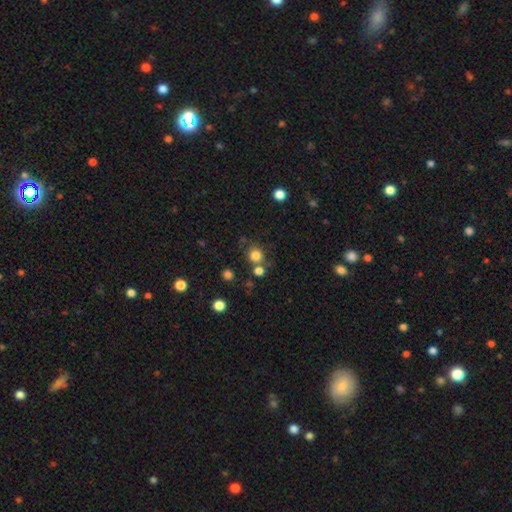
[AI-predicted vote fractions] This appears to be a smooth galaxy with no disk features (80%) that is round (87%). Merging: none (69%).